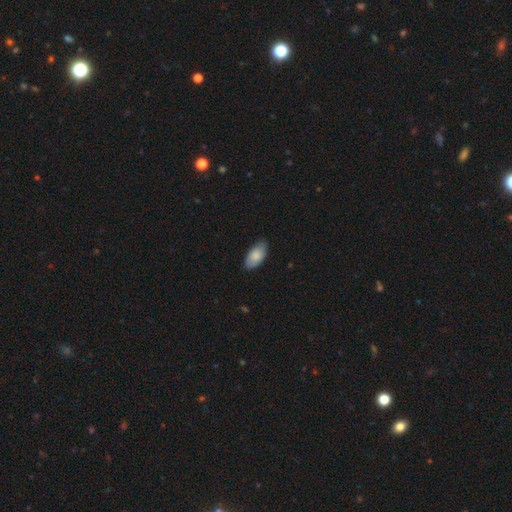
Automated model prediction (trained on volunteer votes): Q: Smooth or featured?
A: smooth (84%); runner-up: featured or disk (11%)
Q: How rounded?
A: in between (94%); runner-up: cigar-shaped (4%)
Q: Merging?
A: none (79%); runner-up: minor disturbance (17%)